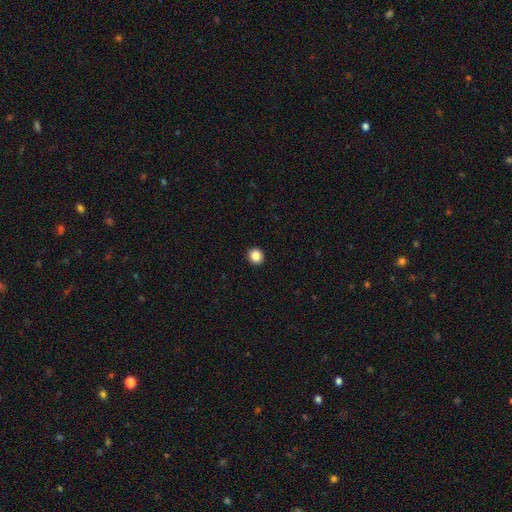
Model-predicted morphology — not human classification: This appears to be a smooth galaxy with no disk features (86%) that is round (87%). Merging: none (93%).